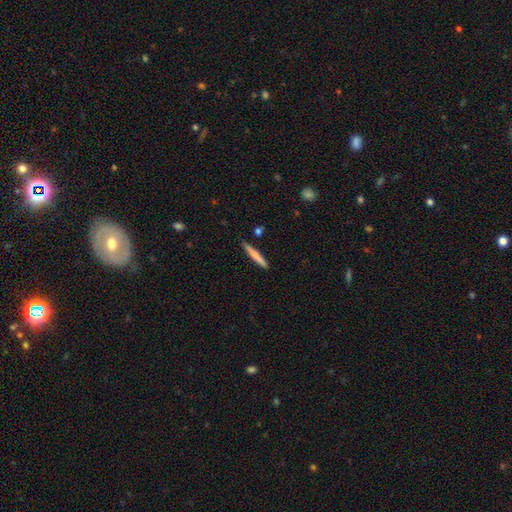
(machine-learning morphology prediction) Smooth or featured? Predicted: smooth (p=0.72). How rounded? Predicted: cigar-shaped (p=0.95). Merging? Predicted: none (p=0.87).